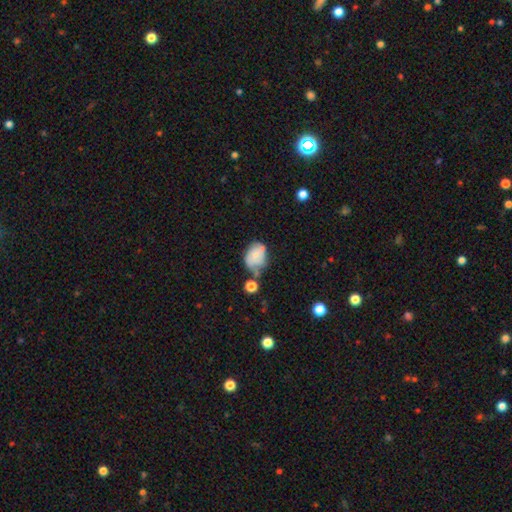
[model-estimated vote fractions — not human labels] Q: Smooth or featured?
A: smooth (62%); runner-up: featured or disk (29%)
Q: How rounded?
A: in between (67%); runner-up: round (32%)
Q: Merging?
A: none (42%); runner-up: minor disturbance (30%)